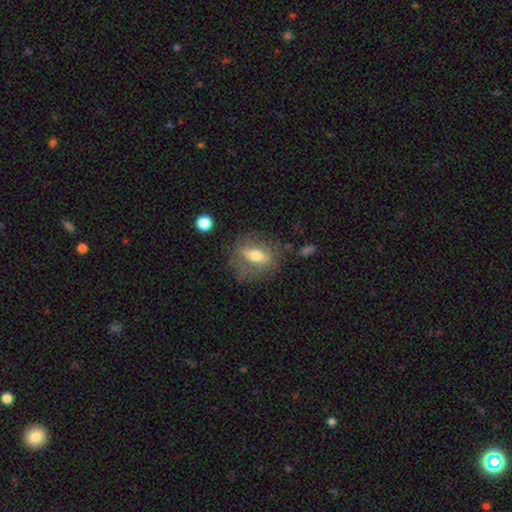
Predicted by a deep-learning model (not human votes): Smooth or featured? Predicted: smooth (p=0.51). How rounded? Predicted: in between (p=0.65). Merging? Predicted: none (p=0.68).